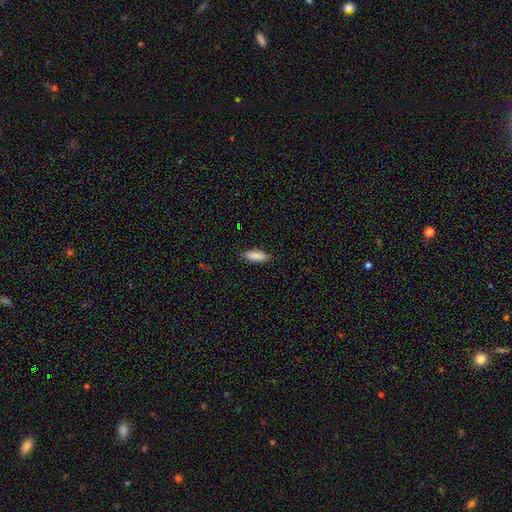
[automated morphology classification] Overall: smooth (88%). How rounded: in between (66%; cigar-shaped 32%). Merging: none (87%).